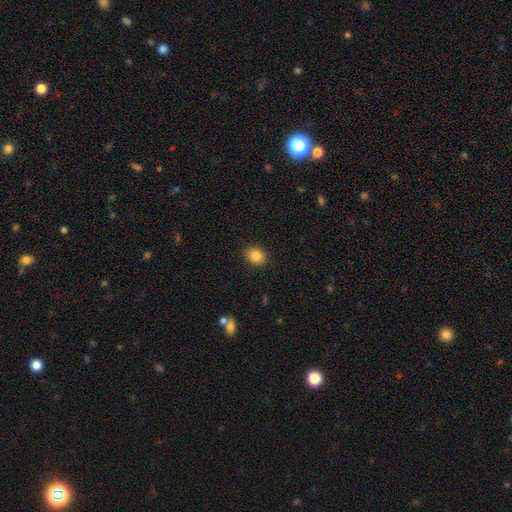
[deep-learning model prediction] Overall: smooth (85%). How rounded: round (56%; in between 43%). Merging: none (88%).